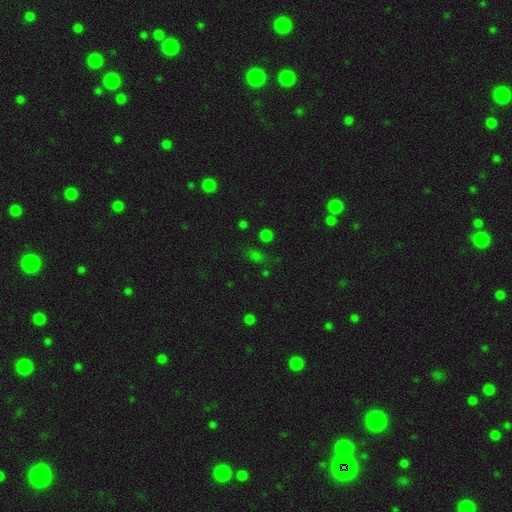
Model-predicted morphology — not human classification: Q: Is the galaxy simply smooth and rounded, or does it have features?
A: smooth — 56%.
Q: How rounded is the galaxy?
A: in between — 53%.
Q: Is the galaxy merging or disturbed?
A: none — 69%.